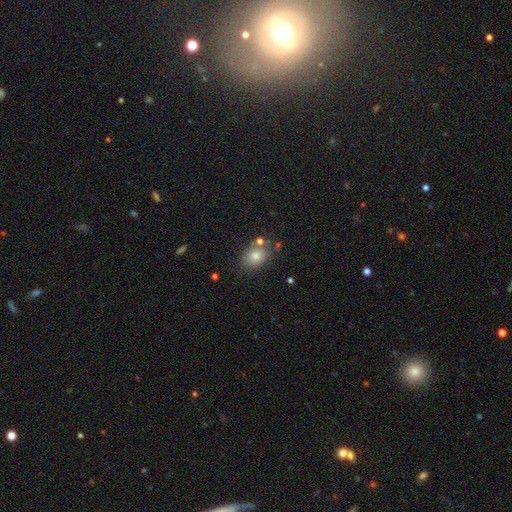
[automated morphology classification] A smooth galaxy with no disk features (79%) that is in between round and cigar-shaped (57%). Merging: none (76%).